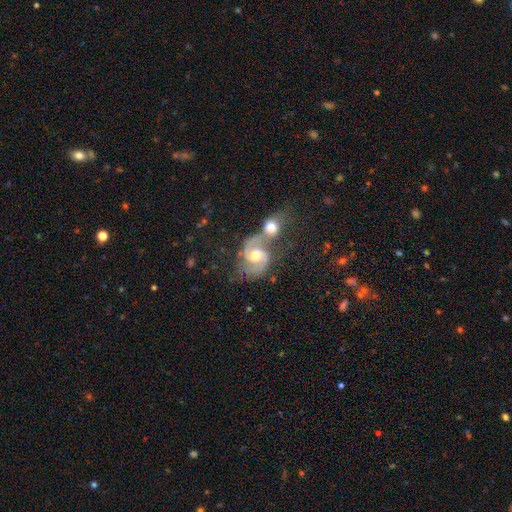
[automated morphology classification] Smooth or featured? Predicted: featured or disk (p=0.86). Edge-on disk? Predicted: no (p=0.98). Bar? Predicted: no (p=0.49). Spiral arms? Predicted: yes (p=0.97). Spiral winding? Predicted: medium (p=0.60). Spiral arm count? Predicted: 2 (p=0.92). Bulge size? Predicted: moderate (p=0.68). Merging? Predicted: merger (p=0.55).